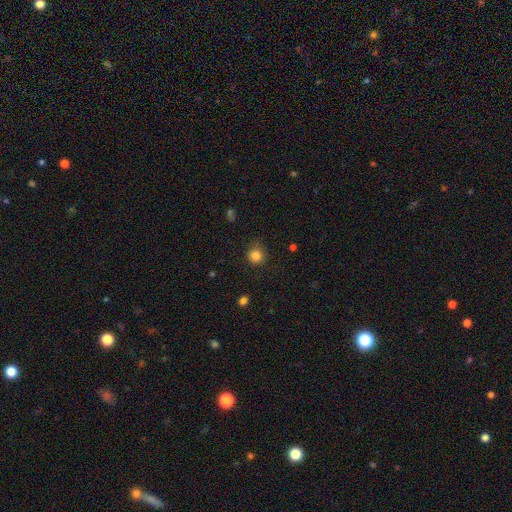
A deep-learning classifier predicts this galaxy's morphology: smooth 84%, star or artifact 12%, featured or disk 4%. Down the decision tree: how rounded — round (90%); merging — none (81%).